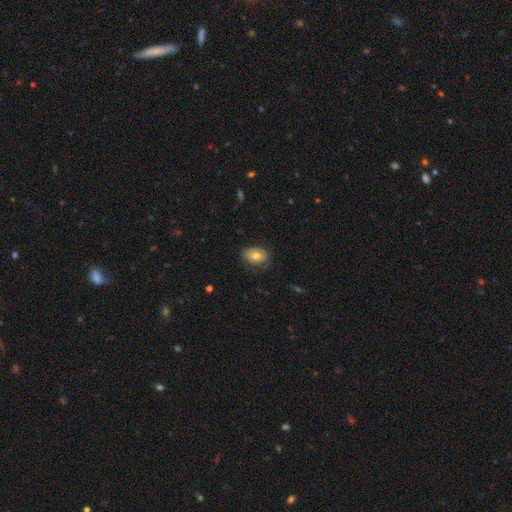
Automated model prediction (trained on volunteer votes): smooth-or-featured: smooth: 68% | featured or disk: 25% | star or artifact: 8%
  how-rounded: in between: 74% | round: 24% | cigar-shaped: 1%
  merging: none: 74% | minor disturbance: 19% | major disturbance: 6% | merger: 1%